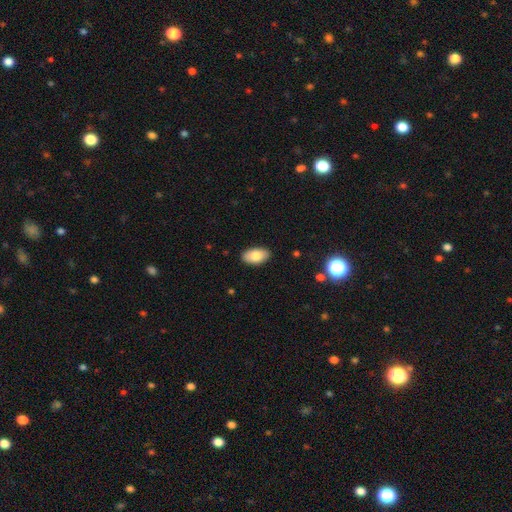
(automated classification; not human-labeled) Smooth or featured?
  - smooth: 81% *
  - featured or disk: 12%
  - star or artifact: 7%
How rounded?
  - in between: 94% *
  - round: 4%
  - cigar-shaped: 2%
Merging?
  - none: 88% *
  - minor disturbance: 9%
  - major disturbance: 2%
  - merger: 1%